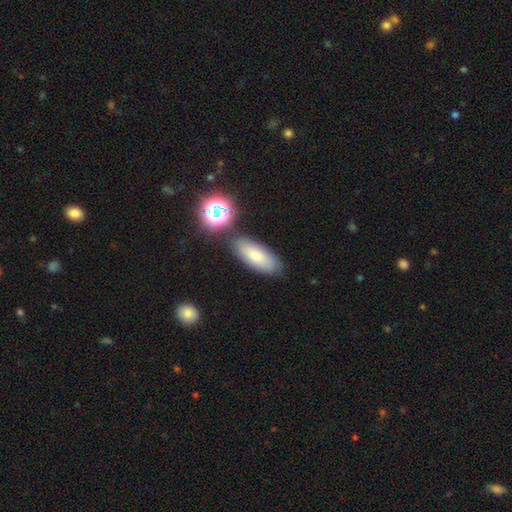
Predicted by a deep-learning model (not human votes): This appears to be a smooth galaxy with no disk features (77%) that is in between round and cigar-shaped (80%). Merging: none (78%).